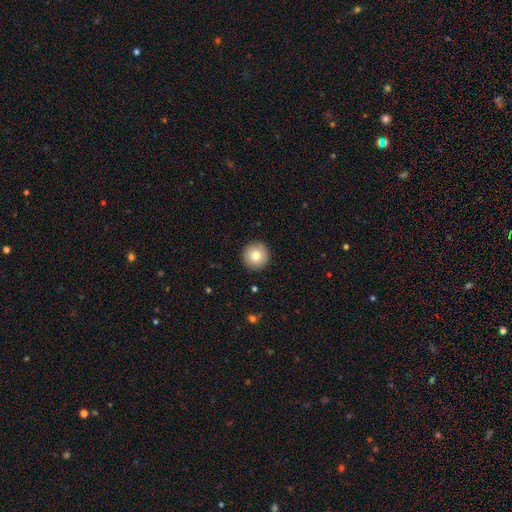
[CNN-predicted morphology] type=smooth (79%); roundness=round (96%); merging=none (92%).